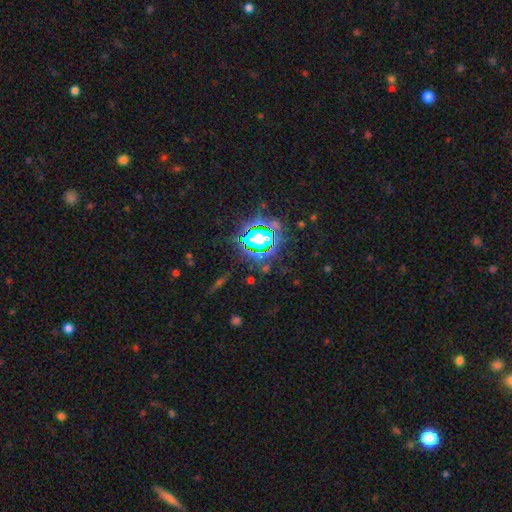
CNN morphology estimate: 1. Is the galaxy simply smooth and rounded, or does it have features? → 78% star or artifact, 14% smooth, 8% featured or disk.